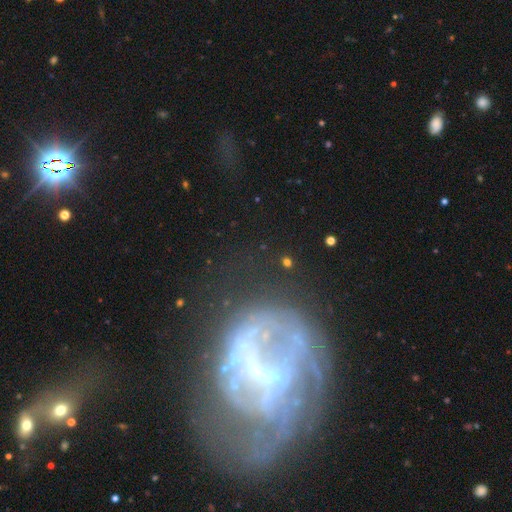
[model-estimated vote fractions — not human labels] Q: Smooth or featured?
A: featured or disk (68%); runner-up: star or artifact (17%)
Q: Edge-on disk?
A: no (96%); runner-up: yes (4%)
Q: Bar?
A: no (43%); runner-up: weak (32%)
Q: Spiral arms?
A: no (61%); runner-up: yes (39%)
Q: Bulge size?
A: none (43%); runner-up: small (34%)
Q: Merging?
A: none (38%); runner-up: major disturbance (36%)